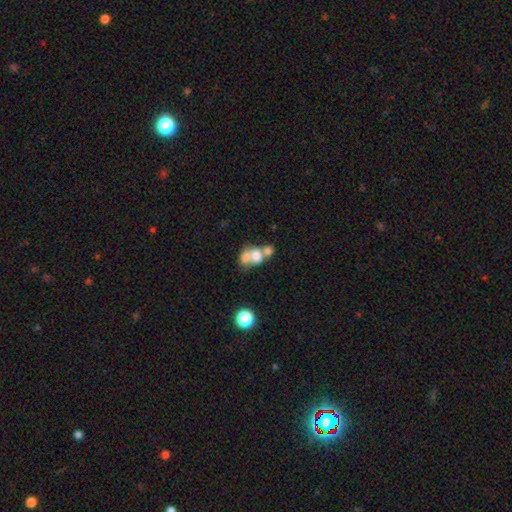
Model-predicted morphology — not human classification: Smooth or featured? smooth (63%)
How rounded? in between (55%)
Merging? merger (68%)